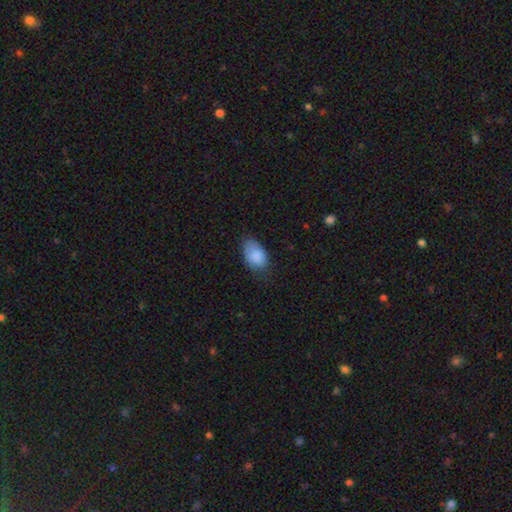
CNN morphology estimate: A smooth galaxy with no disk features (85%) that is in between round and cigar-shaped (90%).

Vote fractions:
- Smooth or featured? smooth: 85% / featured or disk: 8% / star or artifact: 7%
- How rounded? in between: 90% / round: 8% / cigar-shaped: 1%
- Merging? none: 57% / minor disturbance: 33% / major disturbance: 8% / merger: 1%